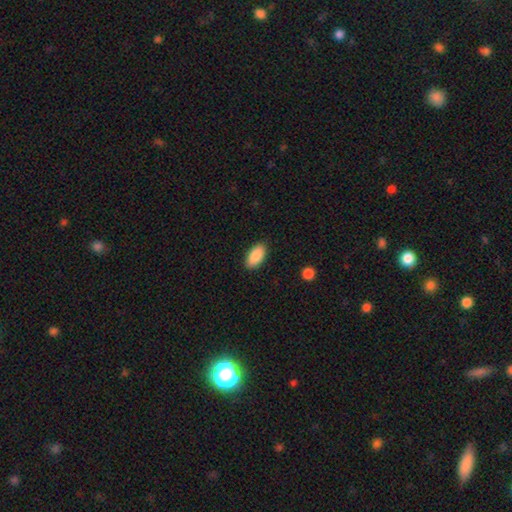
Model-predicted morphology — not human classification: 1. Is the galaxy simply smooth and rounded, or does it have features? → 89% smooth, 6% star or artifact, 4% featured or disk.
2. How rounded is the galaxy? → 94% in between, 4% cigar-shaped, 2% round.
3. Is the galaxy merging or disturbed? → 89% none, 8% minor disturbance, 2% major disturbance, 1% merger.